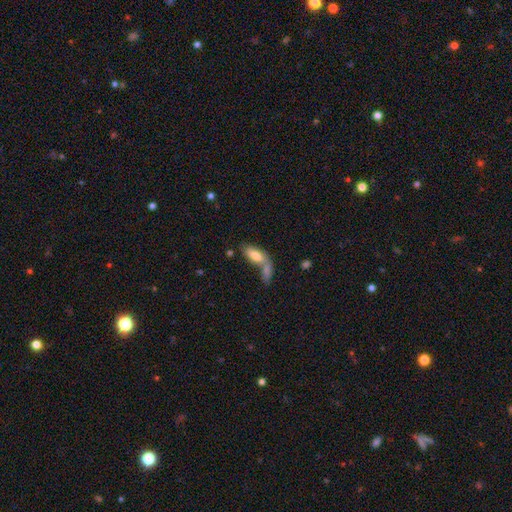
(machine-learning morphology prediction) Smooth or featured?
  - smooth: 73% *
  - featured or disk: 20%
  - star or artifact: 7%
How rounded?
  - in between: 80% *
  - cigar-shaped: 17%
  - round: 3%
Merging?
  - merger: 50% *
  - none: 32%
  - minor disturbance: 11%
  - major disturbance: 6%